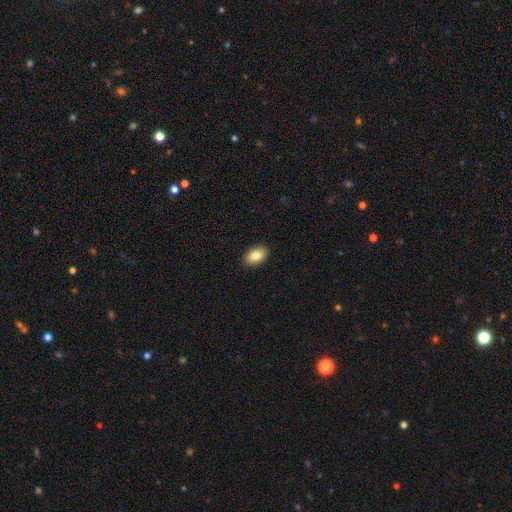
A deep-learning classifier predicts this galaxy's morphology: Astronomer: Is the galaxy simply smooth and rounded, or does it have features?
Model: smooth — 84%.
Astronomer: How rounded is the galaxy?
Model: in between — 89%.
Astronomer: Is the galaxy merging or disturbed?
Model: none — 90%.